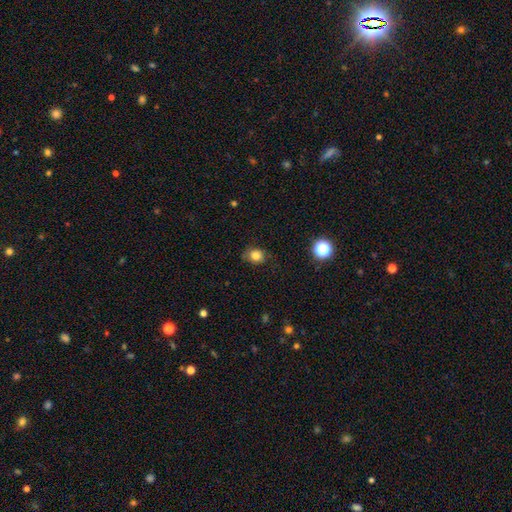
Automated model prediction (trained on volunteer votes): This is clearly a smooth galaxy (81%). How rounded: likely round (63%). Merging: likely none (74%).